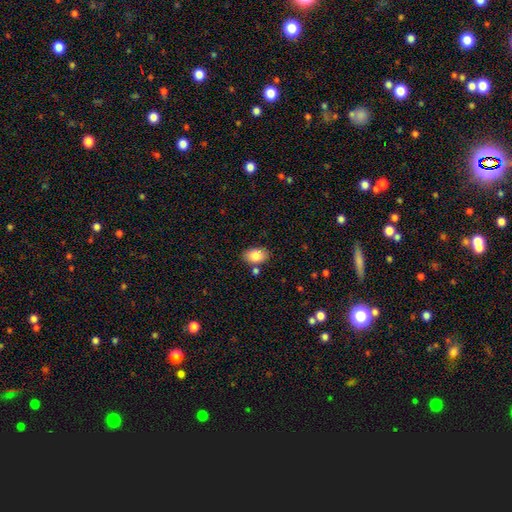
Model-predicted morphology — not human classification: type=smooth (84%); roundness=in between (85%); merging=none (78%).